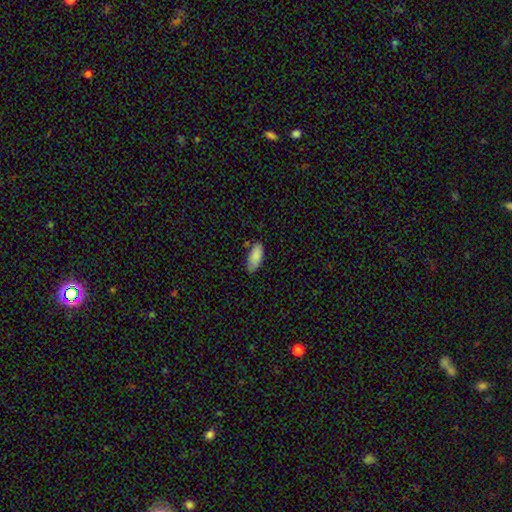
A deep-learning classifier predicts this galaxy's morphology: Smooth or featured: smooth — 88% (star or artifact — 7%)
How rounded: in between — 86% (cigar-shaped — 12%)
Merging: none — 74% (minor disturbance — 21%)